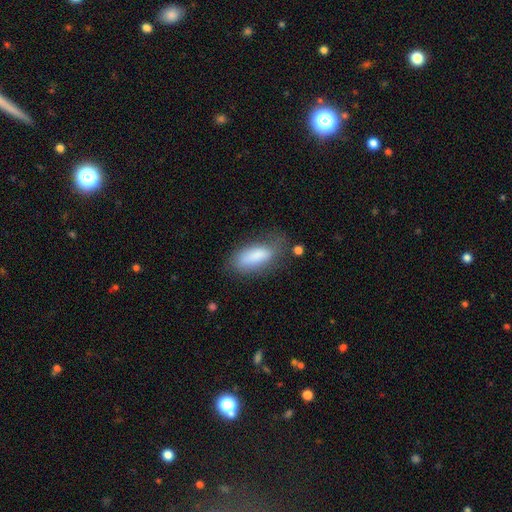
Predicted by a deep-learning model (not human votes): This is clearly a smooth galaxy (81%). How rounded: likely in between (75%). Merging: likely none (61%).